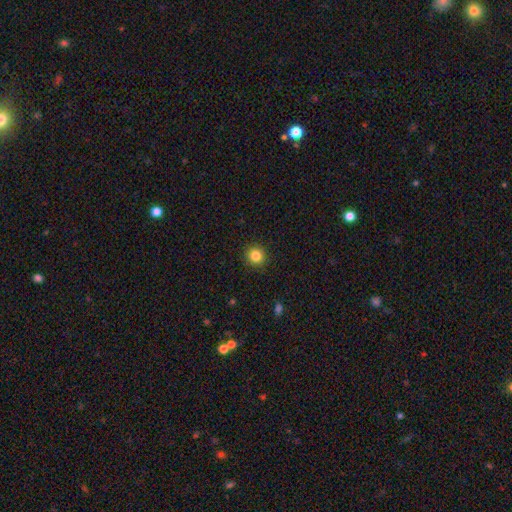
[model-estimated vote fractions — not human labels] Smooth or featured: smooth — 84% (star or artifact — 11%)
How rounded: round — 92% (in between — 7%)
Merging: none — 92% (minor disturbance — 5%)